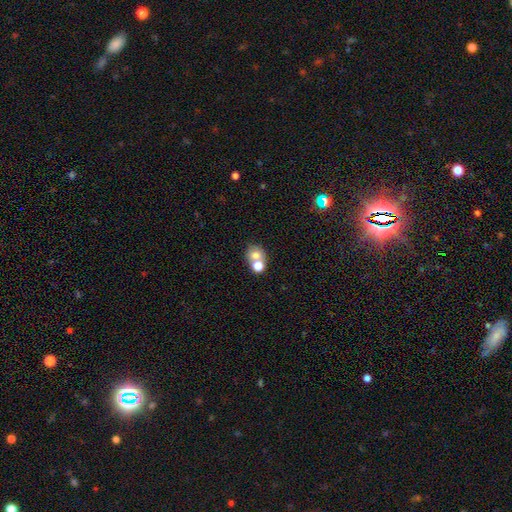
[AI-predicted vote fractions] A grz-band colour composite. It shows a smooth galaxy with no disk features (71%) that is round (70%). Merging: merger (47%).